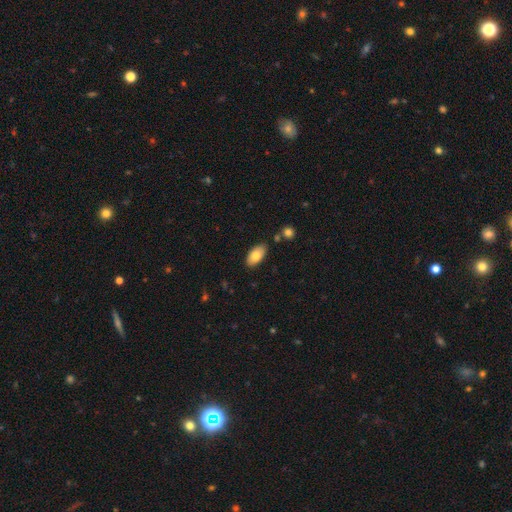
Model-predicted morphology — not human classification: type=smooth (81%); roundness=in between (93%); merging=none (81%).